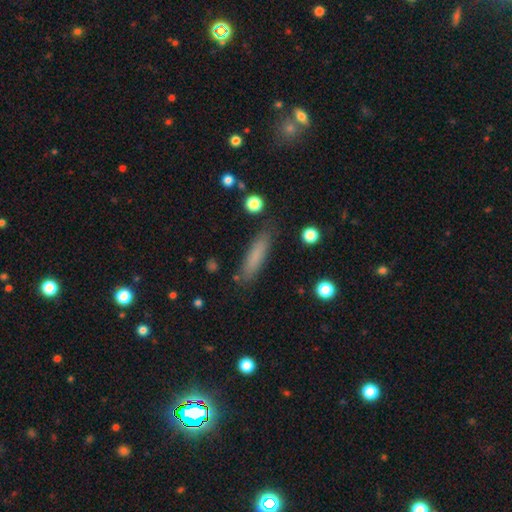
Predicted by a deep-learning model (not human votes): Morphology: type=smooth (79%); roundness=cigar-shaped (79%); merging=none (84%).